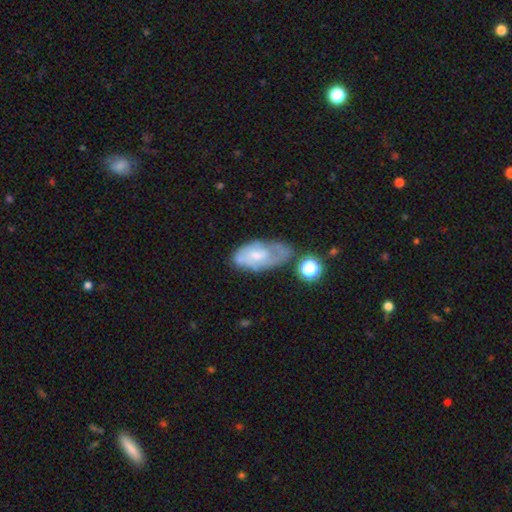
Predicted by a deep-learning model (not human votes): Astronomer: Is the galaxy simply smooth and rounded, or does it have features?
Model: featured or disk — 58% (runner-up: smooth, 34%).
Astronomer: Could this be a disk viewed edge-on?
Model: no — 93%.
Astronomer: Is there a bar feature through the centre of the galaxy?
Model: no — 64%.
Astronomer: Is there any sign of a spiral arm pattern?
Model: yes — 67%.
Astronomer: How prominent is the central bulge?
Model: small — 51% (runner-up: moderate, 35%).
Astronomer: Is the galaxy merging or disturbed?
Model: none — 44% (runner-up: minor disturbance, 30%).